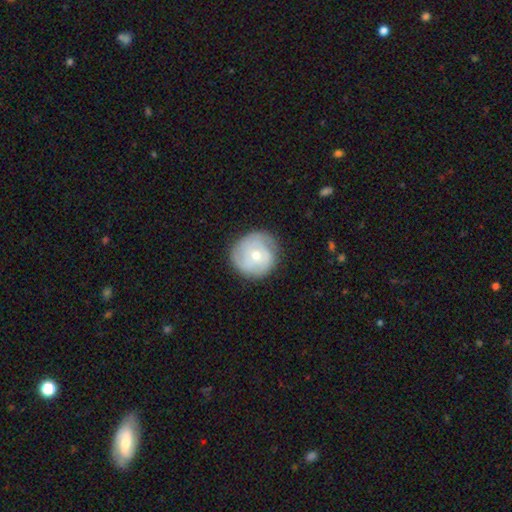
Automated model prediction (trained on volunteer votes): Smooth or featured?
  - featured or disk: 56% *
  - smooth: 37%
  - star or artifact: 6%
Edge-on disk?
  - no: 97% *
  - yes: 3%
Bar?
  - no: 78% *
  - weak: 19%
  - strong: 4%
Spiral arms?
  - yes: 77% *
  - no: 23%
Bulge size?
  - moderate: 57% *
  - small: 39%
  - large: 3%
  - none: 1%
  - dominant: 1%
Merging?
  - none: 76% *
  - minor disturbance: 17%
  - major disturbance: 5%
  - merger: 1%